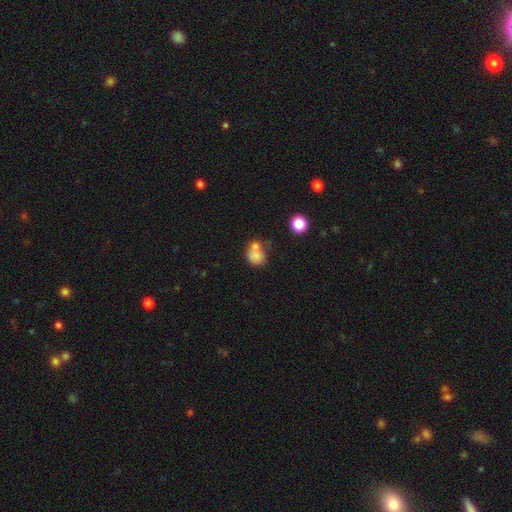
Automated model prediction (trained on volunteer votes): A smooth galaxy with no disk features (76%) that is round (68%). Merging: merger (50%).